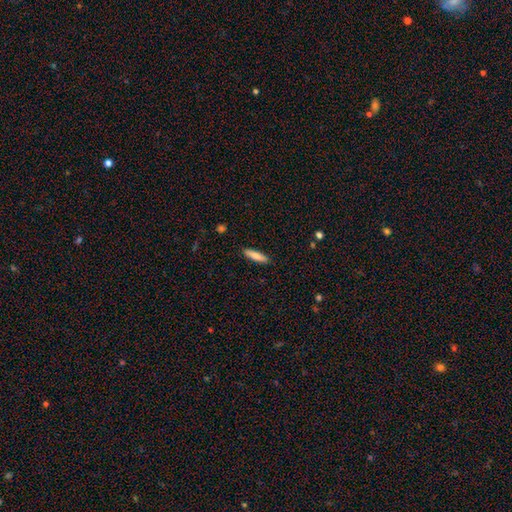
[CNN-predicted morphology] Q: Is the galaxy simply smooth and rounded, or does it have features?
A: smooth — 80%.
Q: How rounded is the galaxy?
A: cigar-shaped — 74%.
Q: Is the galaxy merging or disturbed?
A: none — 90%.